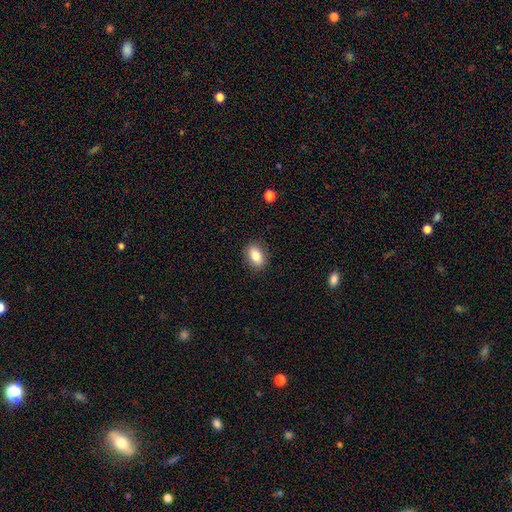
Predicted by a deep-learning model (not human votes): Smooth or featured? Predicted: smooth (p=0.81). How rounded? Predicted: in between (p=0.82). Merging? Predicted: none (p=0.88).